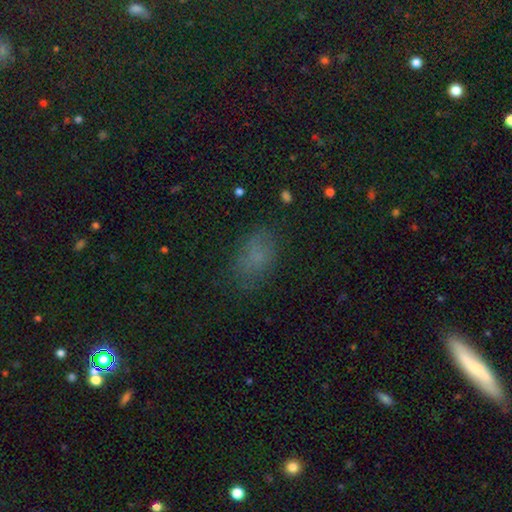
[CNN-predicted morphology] smooth 71%, star or artifact 19%, featured or disk 10%. Down the decision tree: how rounded — in between (87%); merging — none (70%).